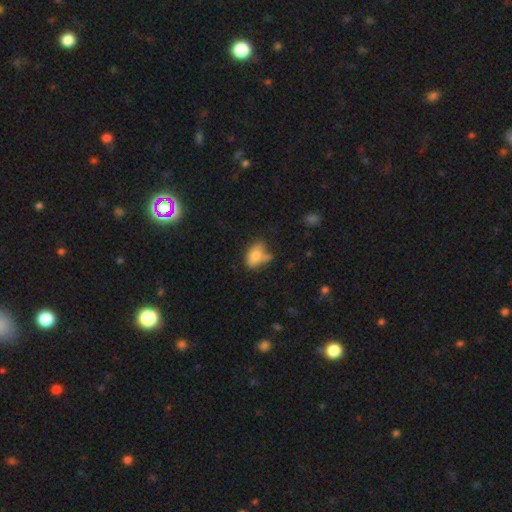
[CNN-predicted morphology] The model was most divided on "merging": none: 42%, minor disturbance: 28%, merger: 18%, major disturbance: 12%. More confident: how rounded — in between (87%); smooth or featured — smooth (77%).